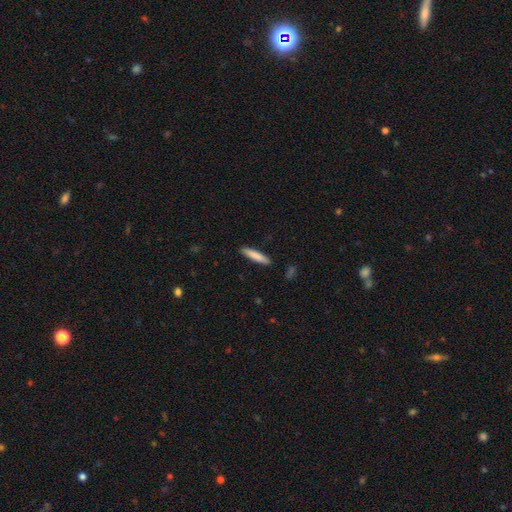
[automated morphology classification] This appears to be a smooth galaxy with no disk features (83%) that is cigar-shaped (89%). Merging: none (90%).